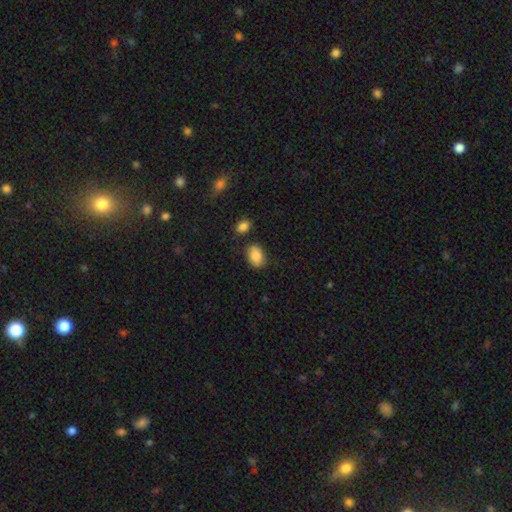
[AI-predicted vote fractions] Smooth or featured? Predicted: smooth (p=0.88). How rounded? Predicted: in between (p=0.81). Merging? Predicted: none (p=0.81).